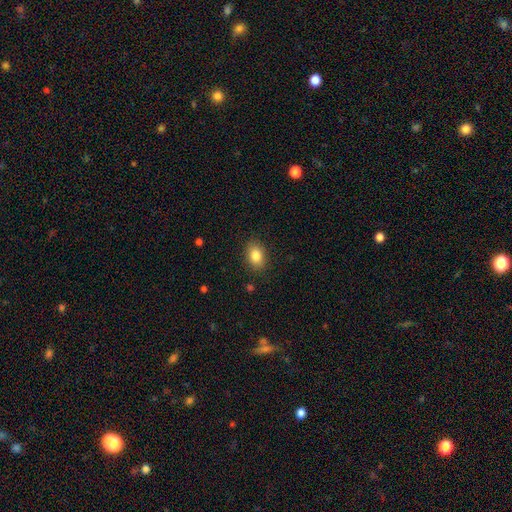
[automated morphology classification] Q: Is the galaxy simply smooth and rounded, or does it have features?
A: smooth — 84%.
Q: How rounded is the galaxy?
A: in between — 78%.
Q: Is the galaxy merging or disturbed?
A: none — 87%.